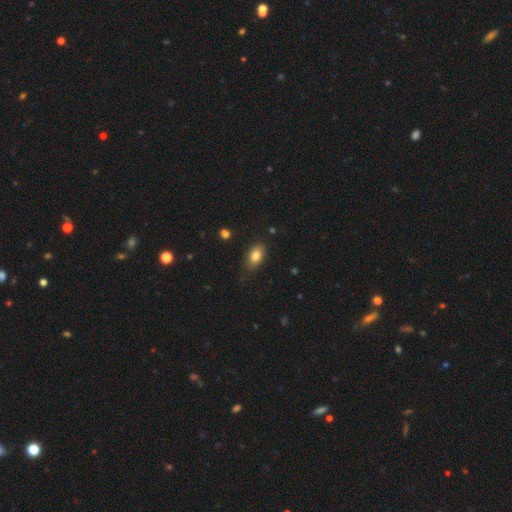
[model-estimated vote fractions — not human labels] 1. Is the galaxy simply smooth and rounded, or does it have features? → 83% smooth, 9% featured or disk, 8% star or artifact.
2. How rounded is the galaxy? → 87% in between, 10% round, 3% cigar-shaped.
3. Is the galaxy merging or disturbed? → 76% none, 18% minor disturbance, 4% major disturbance, 1% merger.